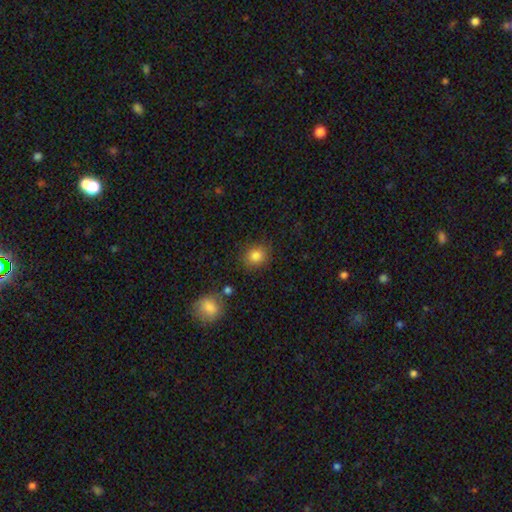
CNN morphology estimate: The model was most divided on "how rounded": round: 72%, in between: 27%, cigar-shaped: 1%. More confident: merging — none (84%); smooth or featured — smooth (84%).